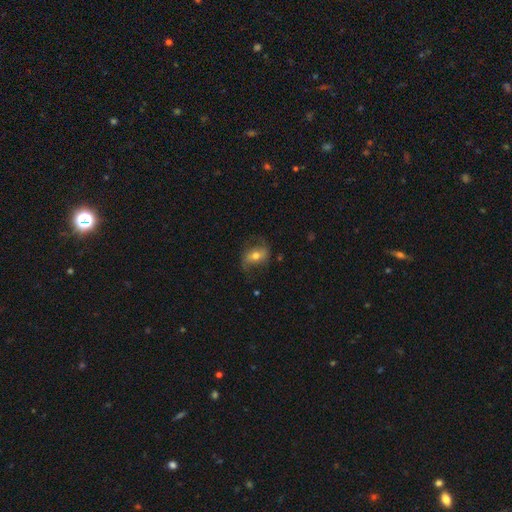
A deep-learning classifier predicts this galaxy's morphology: Smooth or featured?
  - featured or disk: 52% *
  - smooth: 40%
  - star or artifact: 8%
Edge-on disk?
  - no: 92% *
  - yes: 8%
Merging?
  - none: 67% *
  - minor disturbance: 20%
  - major disturbance: 12%
  - merger: 1%